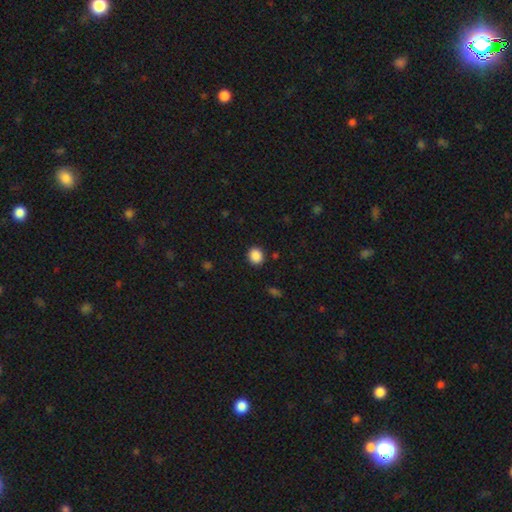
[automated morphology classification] smooth 88%, star or artifact 9%, featured or disk 3%. Down the decision tree: how rounded — round (78%); merging — none (90%).